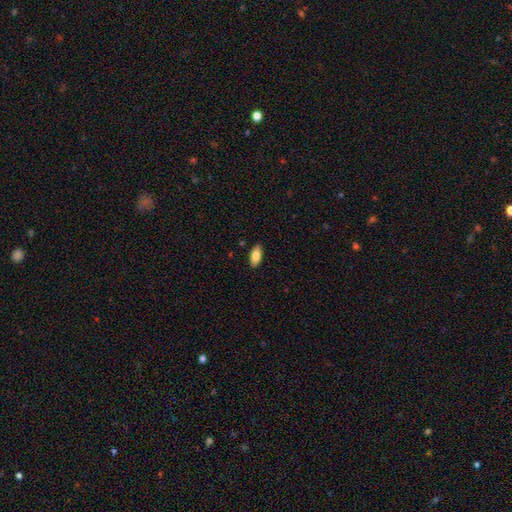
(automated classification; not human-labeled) A smooth galaxy with no disk features (82%) that is in between round and cigar-shaped (90%). Merging: none (89%).